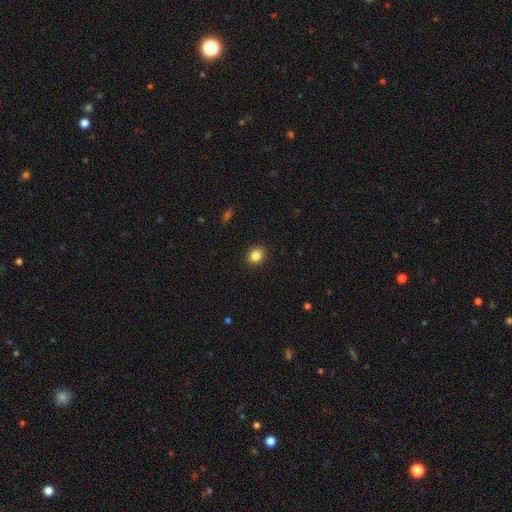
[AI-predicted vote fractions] smooth_or_featured: smooth (p=0.85) [alt: star or artifact p=0.10]
how_rounded: round (p=0.66) [alt: in between p=0.33]
merging: none (p=0.90) [alt: minor disturbance p=0.07]